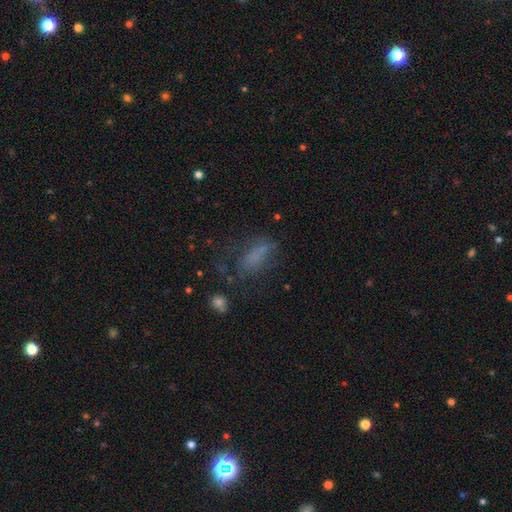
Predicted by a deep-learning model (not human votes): This is possibly a smooth galaxy (59%). How rounded: likely in between (72%). Merging: possibly none (46%).